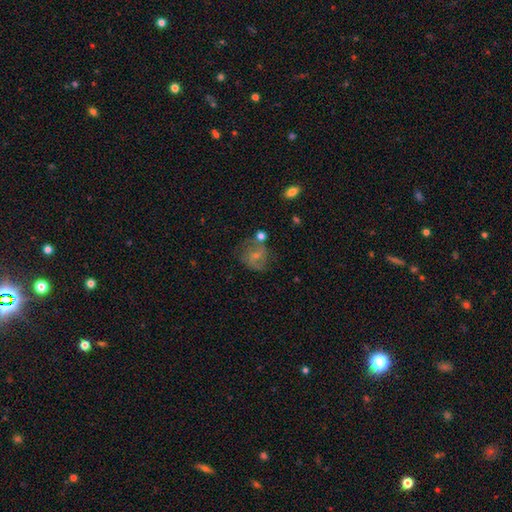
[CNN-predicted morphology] type=smooth (45%); merging=none (50%).